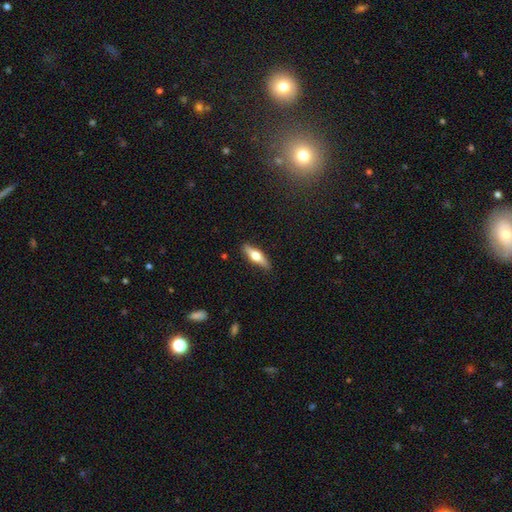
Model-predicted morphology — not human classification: Smooth or featured? featured or disk (54%)
Edge-on disk? yes (94%)
Edge-on bulge? rounded (95%)
Merging? none (88%)